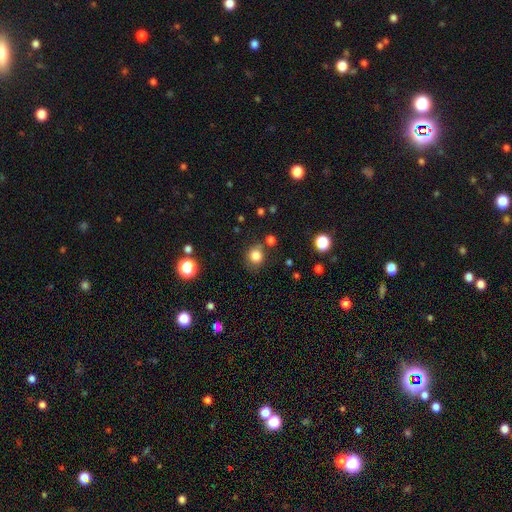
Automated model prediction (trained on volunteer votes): The model was most divided on "how rounded": round: 78%, in between: 21%, cigar-shaped: 1%. More confident: smooth or featured — smooth (82%); merging — none (75%).